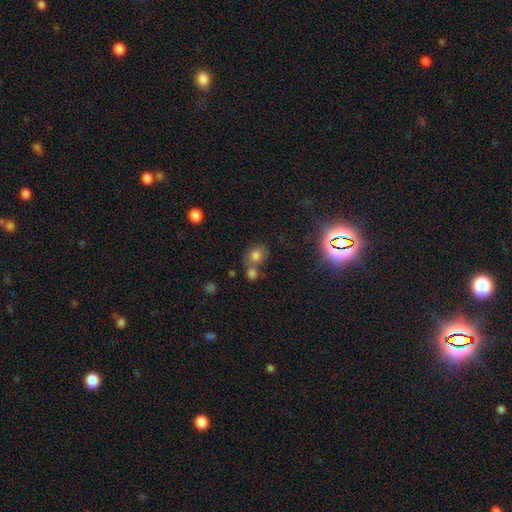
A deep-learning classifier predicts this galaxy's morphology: smooth_or_featured: smooth (p=0.74) [alt: star or artifact p=0.16]
how_rounded: round (p=0.63) [alt: in between p=0.35]
merging: none (p=0.49) [alt: merger p=0.35]